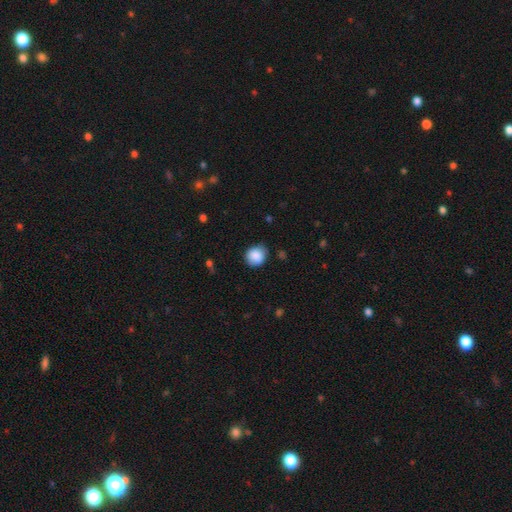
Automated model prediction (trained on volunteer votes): smooth 88%, star or artifact 8%, featured or disk 5%. Down the decision tree: how rounded — round (78%); merging — none (77%).